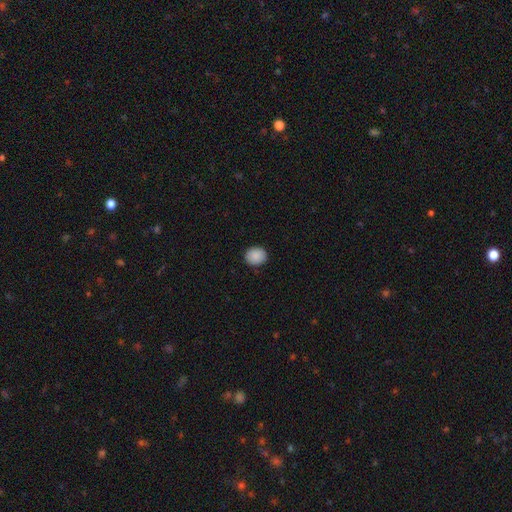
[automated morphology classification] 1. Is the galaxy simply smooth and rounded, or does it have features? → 89% smooth, 8% star or artifact, 3% featured or disk.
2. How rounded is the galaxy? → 66% round, 33% in between, 1% cigar-shaped.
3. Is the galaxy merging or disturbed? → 89% none, 8% minor disturbance, 2% major disturbance, 1% merger.